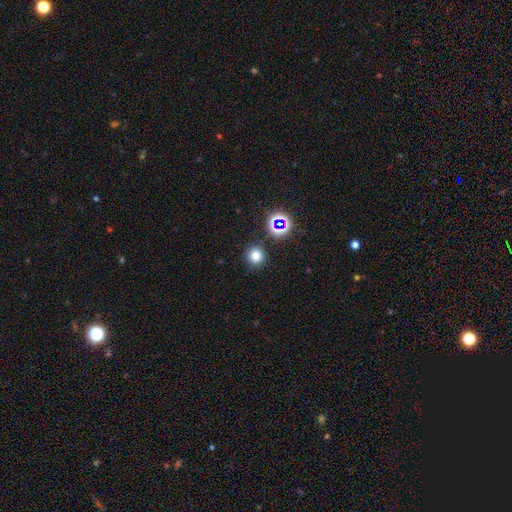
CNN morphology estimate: smooth-or-featured: smooth: 75% | star or artifact: 19% | featured or disk: 6%
  how-rounded: round: 90% | in between: 9% | cigar-shaped: 1%
  merging: none: 87% | minor disturbance: 7% | merger: 3% | major disturbance: 3%